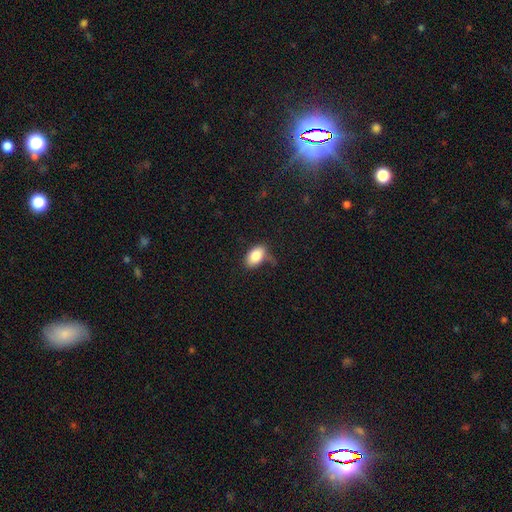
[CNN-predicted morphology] This appears to be a smooth galaxy with no disk features (84%) that is in between round and cigar-shaped (92%). Merging: none (62%).